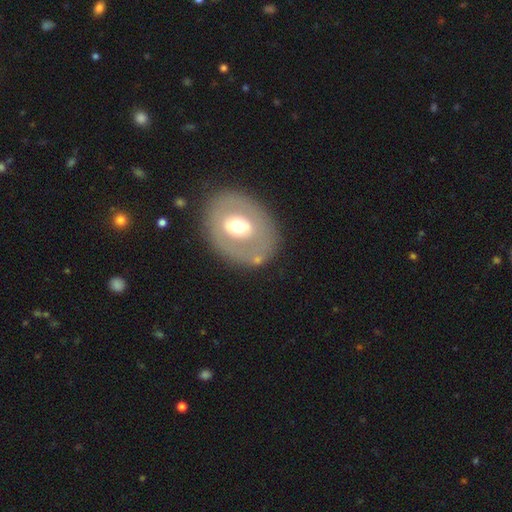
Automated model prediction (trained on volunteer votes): Smooth or featured? Predicted: featured or disk (p=0.49). Merging? Predicted: none (p=0.76).